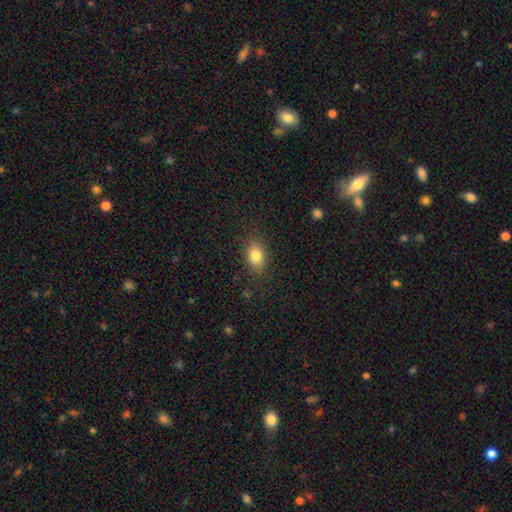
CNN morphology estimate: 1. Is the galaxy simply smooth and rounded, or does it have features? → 83% smooth, 10% star or artifact, 8% featured or disk.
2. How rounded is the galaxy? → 79% in between, 18% round, 3% cigar-shaped.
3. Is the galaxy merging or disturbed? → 83% none, 12% minor disturbance, 4% major disturbance, 1% merger.